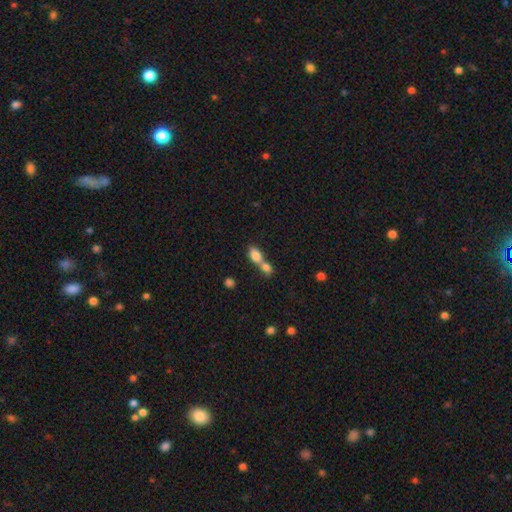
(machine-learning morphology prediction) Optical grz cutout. It shows a smooth galaxy with no disk features (80%) that is in between round and cigar-shaped (79%). Merging: merger (68%).